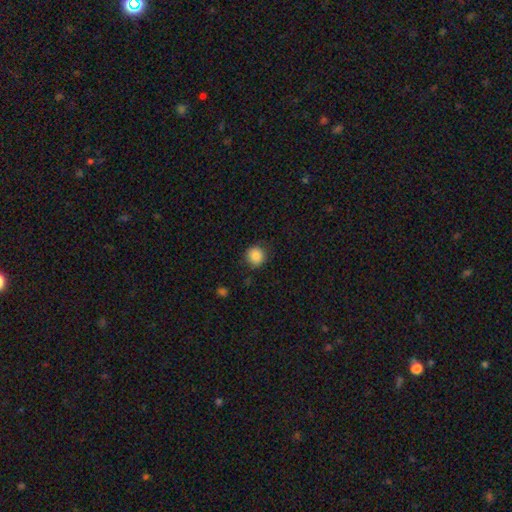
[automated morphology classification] Q: Smooth or featured?
A: smooth (87%); runner-up: star or artifact (9%)
Q: How rounded?
A: round (90%); runner-up: in between (9%)
Q: Merging?
A: none (85%); runner-up: minor disturbance (11%)